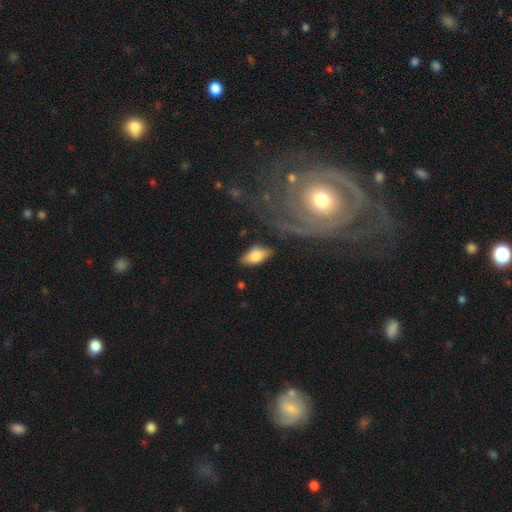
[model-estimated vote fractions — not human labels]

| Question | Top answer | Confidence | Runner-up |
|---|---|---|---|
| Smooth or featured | smooth | 77% | featured or disk (17%) |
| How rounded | in between | 89% | cigar-shaped (7%) |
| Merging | none | 77% | minor disturbance (16%) |